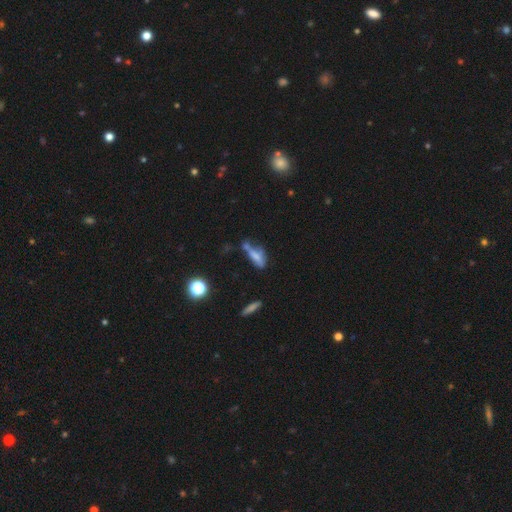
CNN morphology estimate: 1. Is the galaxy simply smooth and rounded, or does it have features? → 58% smooth, 28% featured or disk, 15% star or artifact.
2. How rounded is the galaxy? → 53% in between, 43% cigar-shaped, 4% round.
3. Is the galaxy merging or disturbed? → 32% merger, 26% none, 21% minor disturbance, 20% major disturbance.